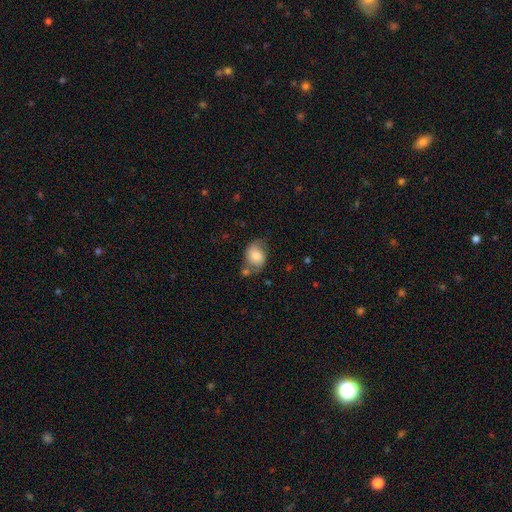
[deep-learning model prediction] smooth_or_featured: smooth (p=0.62) [alt: featured or disk p=0.30]
how_rounded: in between (p=0.63) [alt: round p=0.36]
merging: none (p=0.48) [alt: minor disturbance p=0.29]